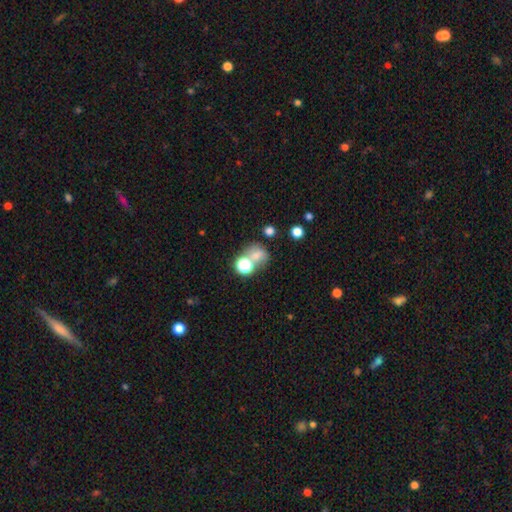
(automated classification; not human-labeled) This appears to be a smooth galaxy with no disk features (64%) that is round (65%). Merging: none (46%).